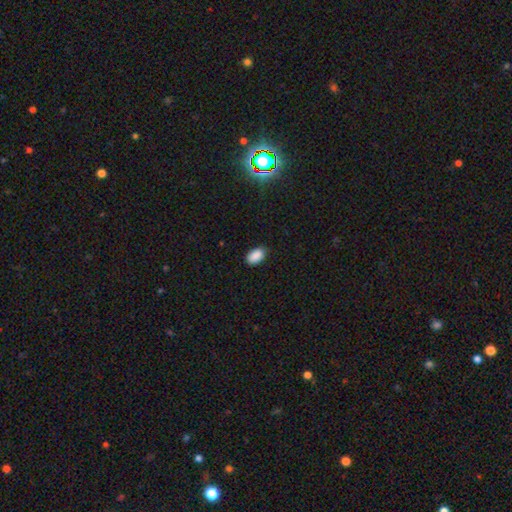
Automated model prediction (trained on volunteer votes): Smooth or featured? smooth (89%)
How rounded? in between (92%)
Merging? none (83%)